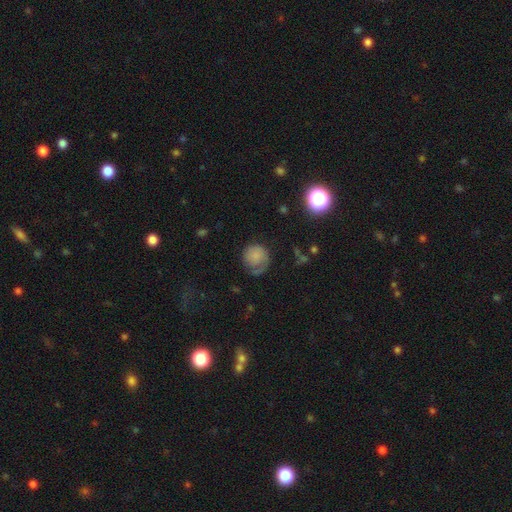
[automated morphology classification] A smooth galaxy with no disk features (64%) that is round (84%). Merging: none (47%).